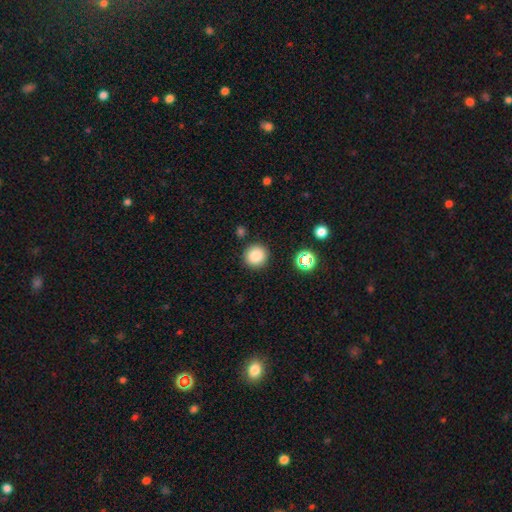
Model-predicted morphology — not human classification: This is clearly a smooth galaxy (84%). How rounded: clearly round (94%). Merging: clearly none (89%).